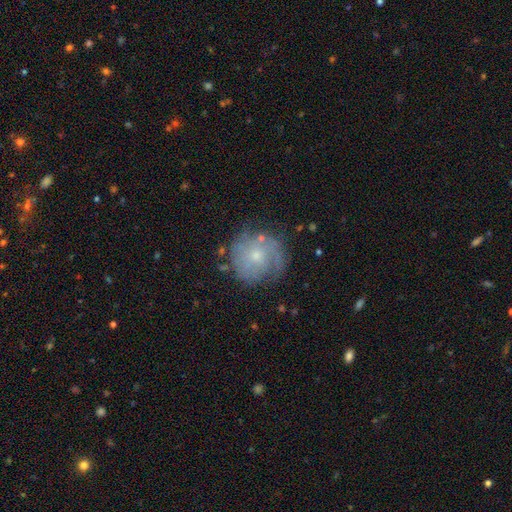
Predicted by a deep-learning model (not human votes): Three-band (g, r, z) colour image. It shows a featured or disk galaxy (58%) with no bar (81%), spiral arms (75%) and a small central bulge (57%). Merging: none (69%).